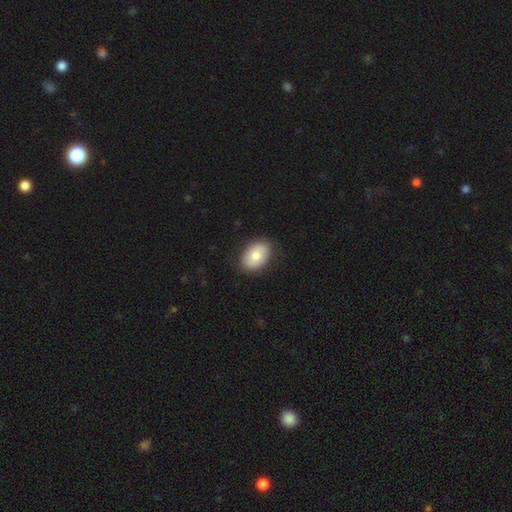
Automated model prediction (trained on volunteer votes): Q: Smooth or featured?
A: smooth (78%); runner-up: featured or disk (16%)
Q: How rounded?
A: in between (82%); runner-up: round (17%)
Q: Merging?
A: none (86%); runner-up: minor disturbance (10%)